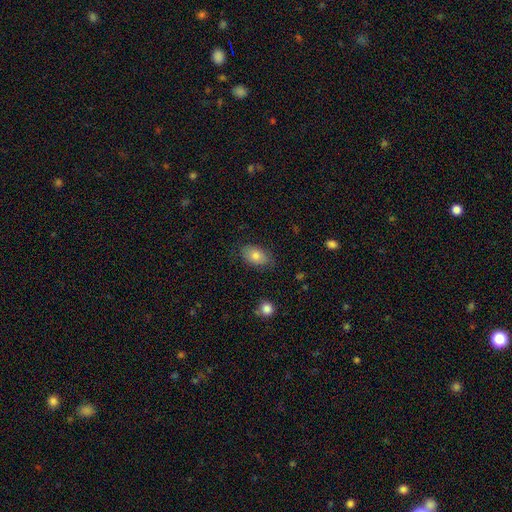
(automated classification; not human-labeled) Smooth or featured?
  - smooth: 80% *
  - featured or disk: 12%
  - star or artifact: 8%
How rounded?
  - in between: 90% *
  - round: 9%
  - cigar-shaped: 2%
Merging?
  - none: 79% *
  - minor disturbance: 17%
  - major disturbance: 4%
  - merger: 1%